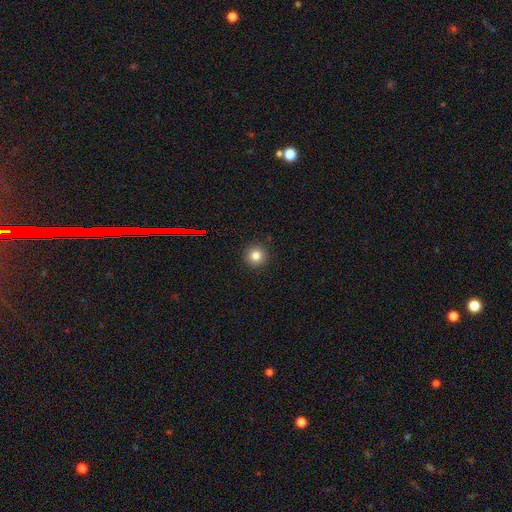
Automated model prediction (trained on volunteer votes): This appears to be a smooth galaxy with no disk features (81%) that is round (95%). Merging: none (92%).